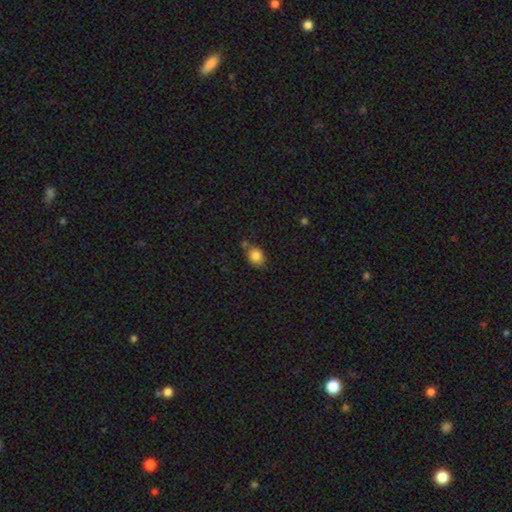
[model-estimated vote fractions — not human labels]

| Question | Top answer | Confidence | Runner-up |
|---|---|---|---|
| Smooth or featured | smooth | 84% | star or artifact (9%) |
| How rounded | round | 57% | in between (42%) |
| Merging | none | 64% | minor disturbance (18%) |